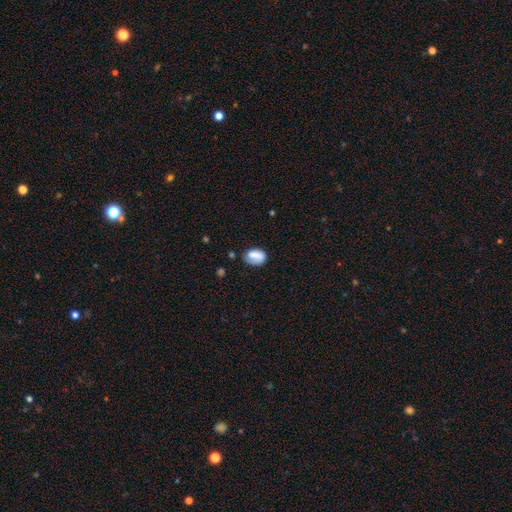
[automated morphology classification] Smooth or featured: smooth — 74% (featured or disk — 17%)
How rounded: in between — 75% (round — 23%)
Merging: none — 60% (minor disturbance — 26%)